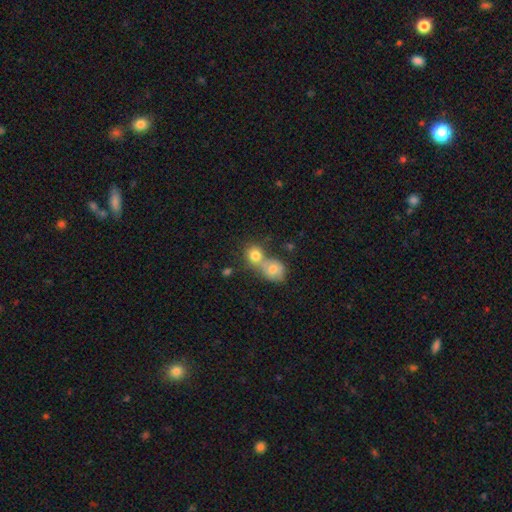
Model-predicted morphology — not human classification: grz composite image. It shows a smooth galaxy with no disk features (79%) that is round (78%). Merging: merger (59%).